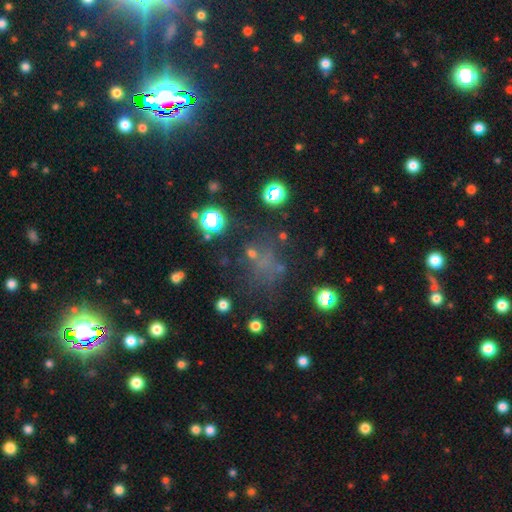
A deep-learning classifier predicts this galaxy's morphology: A star or artifact, not a galaxy (43%).